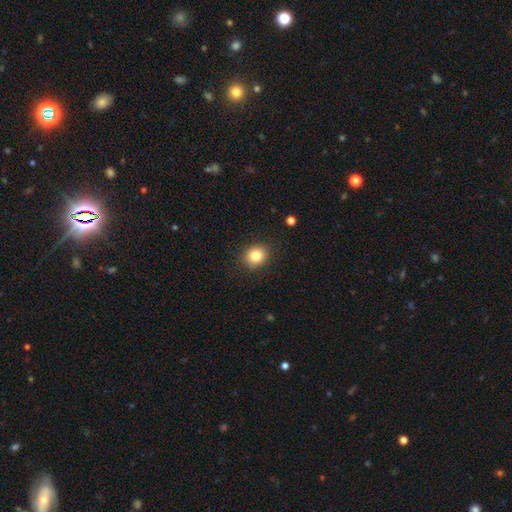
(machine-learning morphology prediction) The model was most divided on "how rounded": round: 75%, in between: 24%, cigar-shaped: 1%. More confident: merging — none (88%); smooth or featured — smooth (84%).